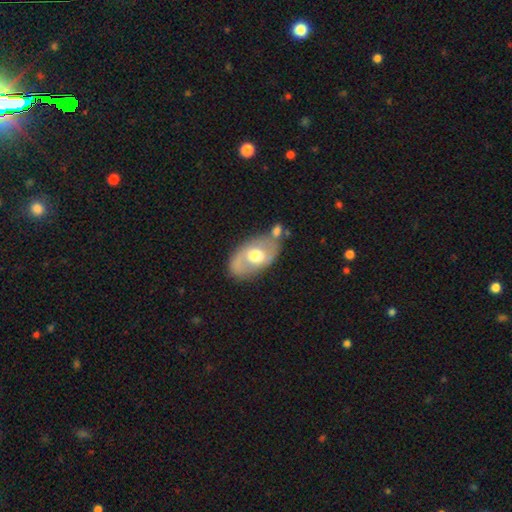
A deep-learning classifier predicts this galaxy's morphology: This is possibly a featured or disk galaxy (52%). It is clearly not viewed edge-on (91%). Merging: possibly none (56%).